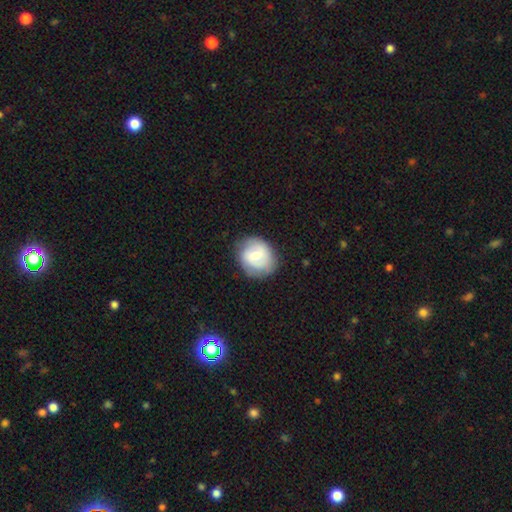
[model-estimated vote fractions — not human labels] Q: Smooth or featured?
A: smooth (52%); runner-up: featured or disk (41%)
Q: How rounded?
A: round (70%); runner-up: in between (29%)
Q: Merging?
A: none (75%); runner-up: minor disturbance (18%)